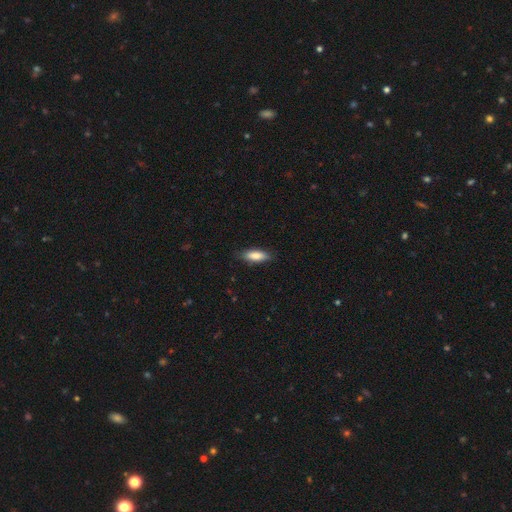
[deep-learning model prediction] smooth 83%, featured or disk 11%, star or artifact 6%. Down the decision tree: how rounded — in between (65%); merging — none (84%).